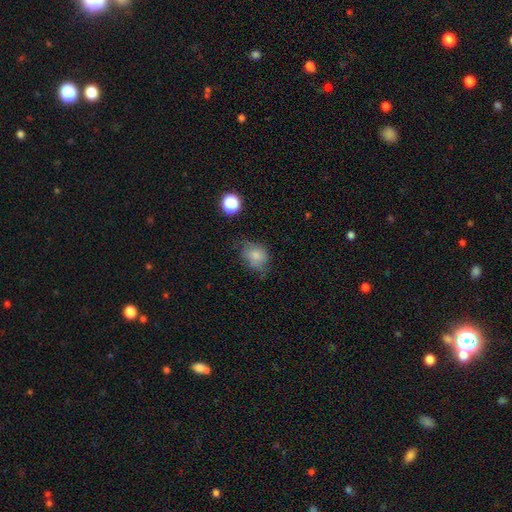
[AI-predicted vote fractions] smooth-or-featured: smooth: 78% | star or artifact: 11% | featured or disk: 10%
  how-rounded: in between: 51% | round: 48% | cigar-shaped: 1%
  merging: none: 53% | minor disturbance: 32% | major disturbance: 12% | merger: 3%